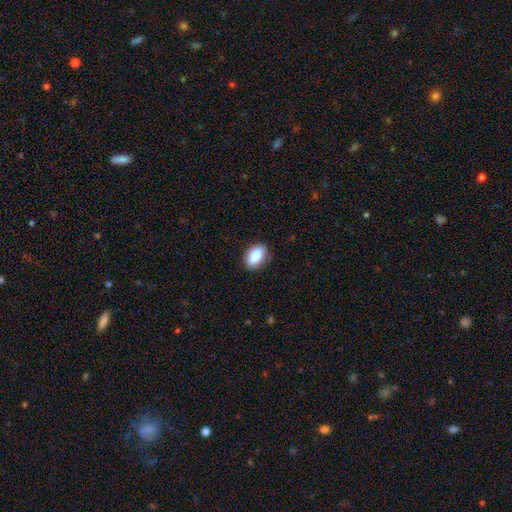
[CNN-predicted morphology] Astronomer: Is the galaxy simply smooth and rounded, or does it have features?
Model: smooth — 82%.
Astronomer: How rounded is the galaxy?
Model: in between — 84%.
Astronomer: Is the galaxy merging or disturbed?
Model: none — 88%.